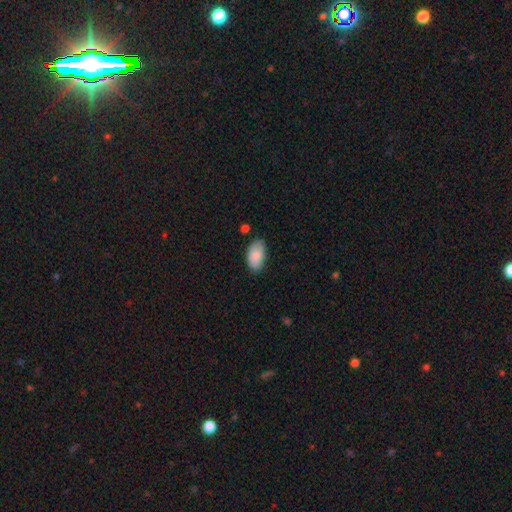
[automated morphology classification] Q: Smooth or featured?
A: smooth (85%); runner-up: featured or disk (8%)
Q: How rounded?
A: in between (95%); runner-up: round (3%)
Q: Merging?
A: none (76%); runner-up: minor disturbance (19%)